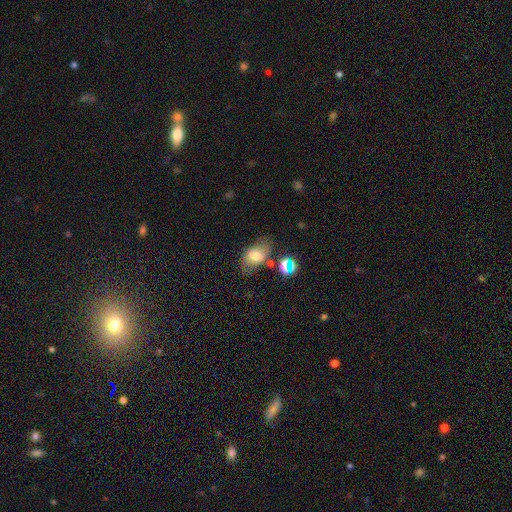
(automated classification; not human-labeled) smooth_or_featured: smooth (p=0.67) [alt: featured or disk p=0.19]
how_rounded: in between (p=0.84) [alt: round p=0.14]
merging: none (p=0.60) [alt: minor disturbance p=0.22]